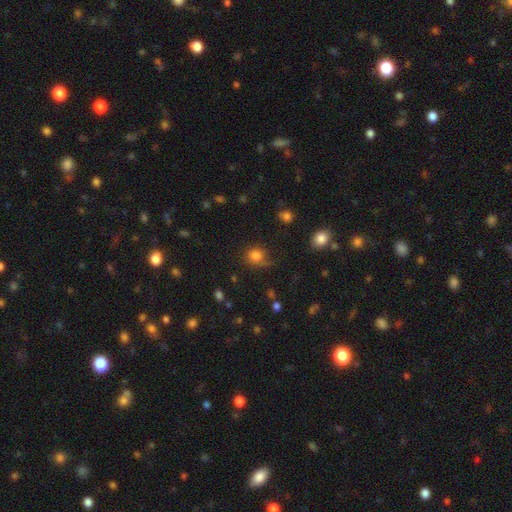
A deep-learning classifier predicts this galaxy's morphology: Q: Smooth or featured?
A: smooth (80%); runner-up: star or artifact (12%)
Q: How rounded?
A: round (79%); runner-up: in between (20%)
Q: Merging?
A: none (61%); runner-up: minor disturbance (23%)